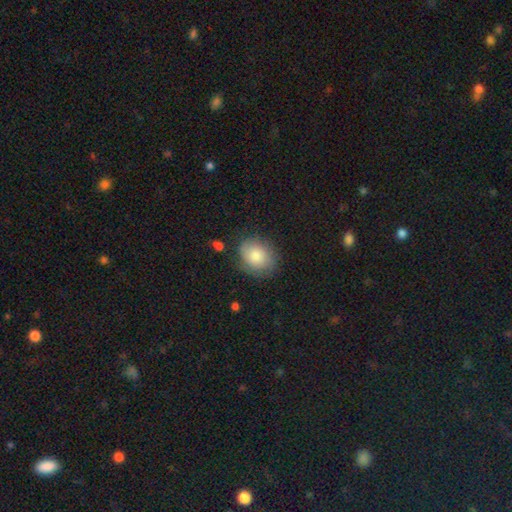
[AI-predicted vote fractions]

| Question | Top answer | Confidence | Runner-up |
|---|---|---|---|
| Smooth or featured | smooth | 80% | featured or disk (12%) |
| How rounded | round | 56% | in between (43%) |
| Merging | none | 74% | minor disturbance (19%) |